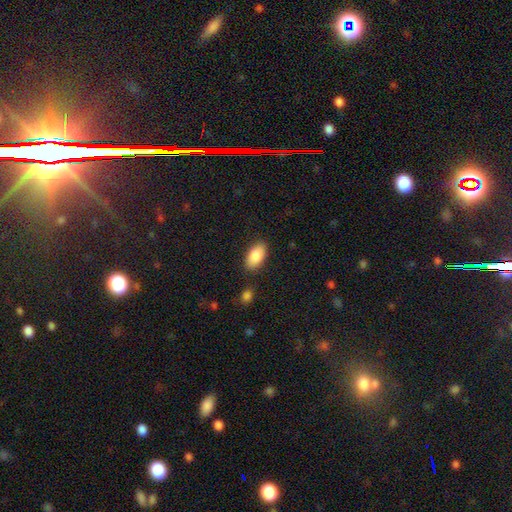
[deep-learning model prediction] Smooth or featured? Predicted: smooth (p=0.86). How rounded? Predicted: in between (p=0.94). Merging? Predicted: none (p=0.84).